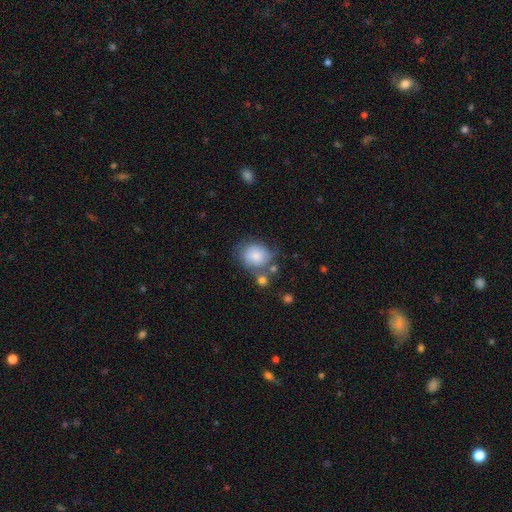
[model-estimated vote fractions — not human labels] A smooth galaxy with no disk features (73%) that is round (62%).

Vote fractions:
- Smooth or featured? smooth: 73% / featured or disk: 19% / star or artifact: 8%
- How rounded? round: 62% / in between: 37% / cigar-shaped: 1%
- Merging? none: 48% / minor disturbance: 26% / merger: 15% / major disturbance: 12%